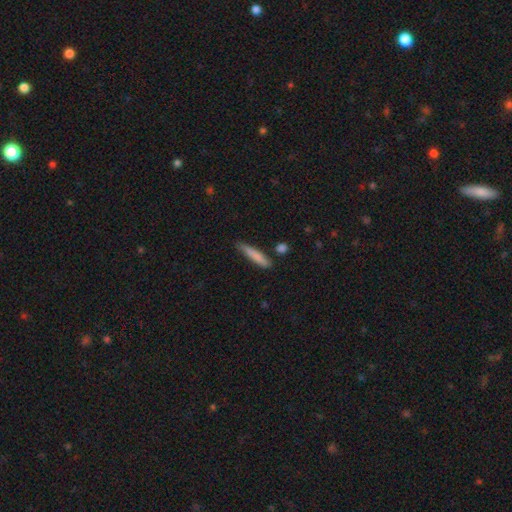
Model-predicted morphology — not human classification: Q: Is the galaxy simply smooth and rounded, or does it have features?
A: smooth — 80%.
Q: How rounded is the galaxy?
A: cigar-shaped — 91%.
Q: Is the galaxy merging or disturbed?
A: none — 74%.